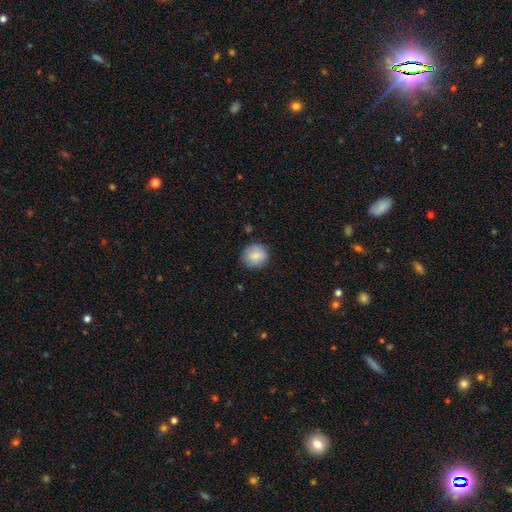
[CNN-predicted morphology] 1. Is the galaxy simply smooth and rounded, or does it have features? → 84% smooth, 9% featured or disk, 8% star or artifact.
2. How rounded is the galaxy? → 89% round, 10% in between, 1% cigar-shaped.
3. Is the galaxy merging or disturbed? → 85% none, 12% minor disturbance, 3% major disturbance, 1% merger.